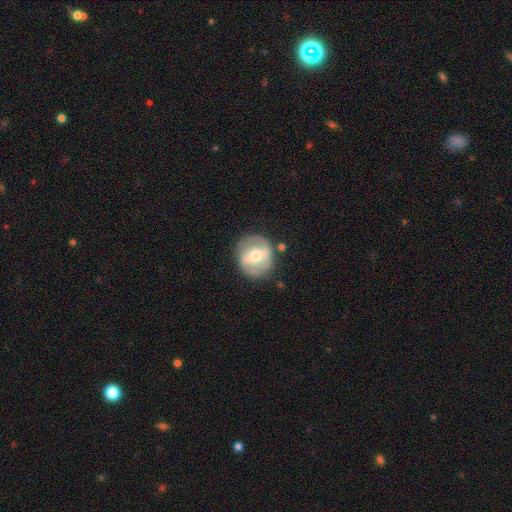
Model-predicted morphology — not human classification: A featured or disk galaxy (67%) with a strong bar (48%), spiral arms (59%) and a moderate central bulge (65%). Merging: none (79%).